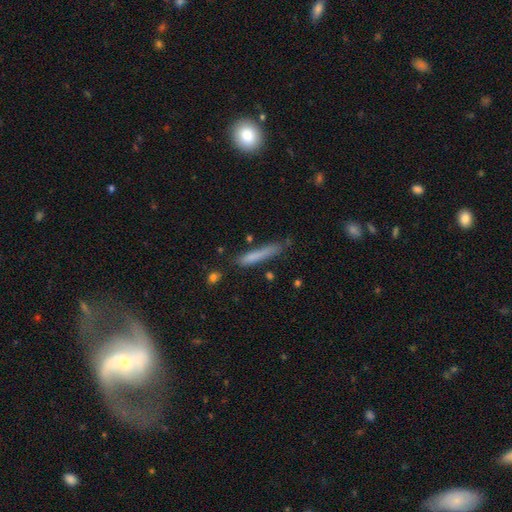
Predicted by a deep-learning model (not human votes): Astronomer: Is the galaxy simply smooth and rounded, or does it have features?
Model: smooth — 76%.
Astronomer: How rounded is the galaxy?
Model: cigar-shaped — 93%.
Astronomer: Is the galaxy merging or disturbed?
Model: none — 73%.